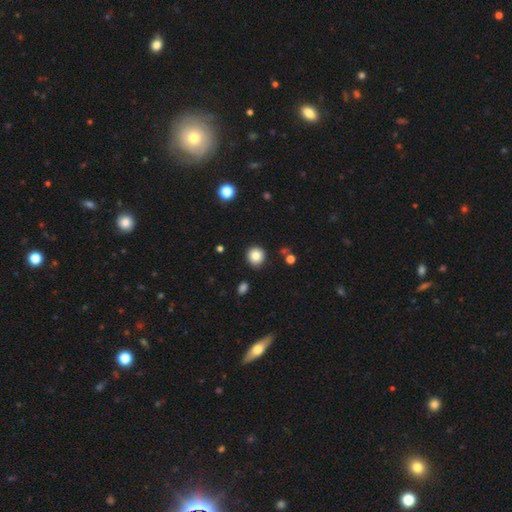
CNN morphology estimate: The model was most divided on "smooth or featured": smooth: 84%, star or artifact: 10%, featured or disk: 6%. More confident: how rounded — round (91%); merging — none (88%).